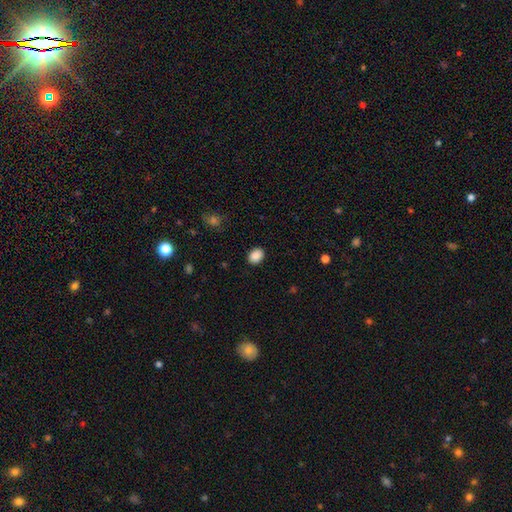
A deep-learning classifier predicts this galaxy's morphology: smooth 89%, star or artifact 8%, featured or disk 3%. Down the decision tree: how rounded — in between (65%); merging — none (88%).